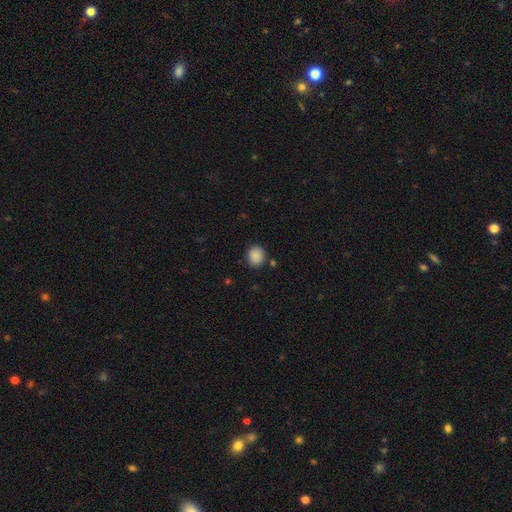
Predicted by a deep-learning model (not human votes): Overall: smooth (88%). How rounded: round (65%; in between 35%). Merging: none (84%).